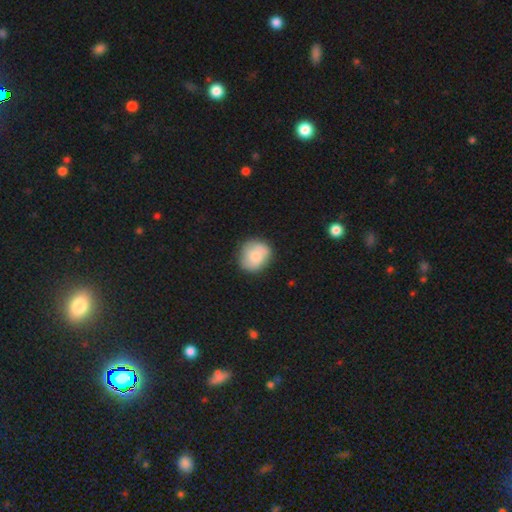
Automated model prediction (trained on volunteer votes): Smooth or featured? Predicted: smooth (p=0.66). How rounded? Predicted: round (p=0.78). Merging? Predicted: none (p=0.75).